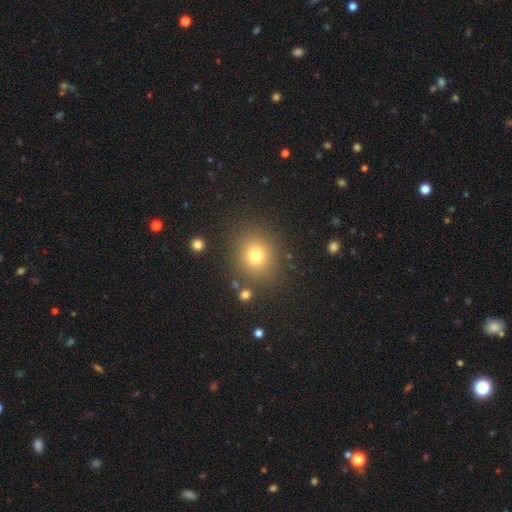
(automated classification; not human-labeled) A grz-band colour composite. It shows a smooth galaxy with no disk features (75%) that is round (82%). Merging: none (86%).